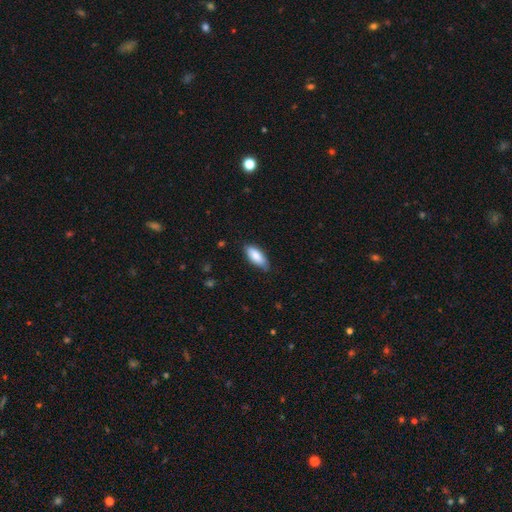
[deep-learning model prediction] This is clearly a smooth galaxy (84%). How rounded: clearly in between (82%). Merging: likely none (72%).